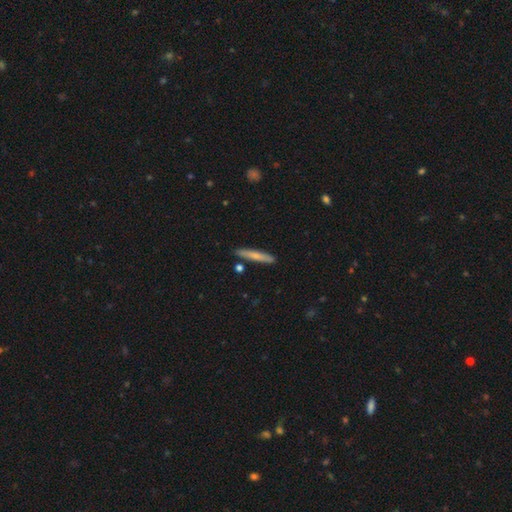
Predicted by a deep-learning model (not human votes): Morphology: type=smooth (66%); roundness=cigar-shaped (94%); merging=none (87%).